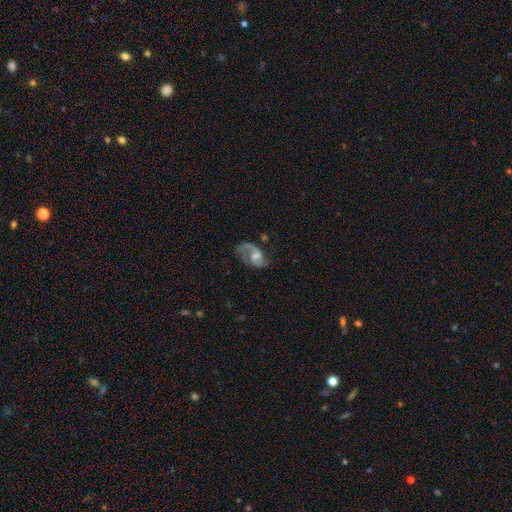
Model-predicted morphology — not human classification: Smooth or featured: featured or disk — 75% (smooth — 18%)
Edge-on disk: no — 97% (yes — 3%)
Bar: no — 48% (weak — 43%)
Spiral arms: yes — 88% (no — 12%)
Spiral winding: loose — 48% (medium — 40%)
Spiral arm count: 2 — 65% (1 — 25%)
Bulge size: moderate — 39% (small — 36%)
Merging: none — 43% (major disturbance — 32%)